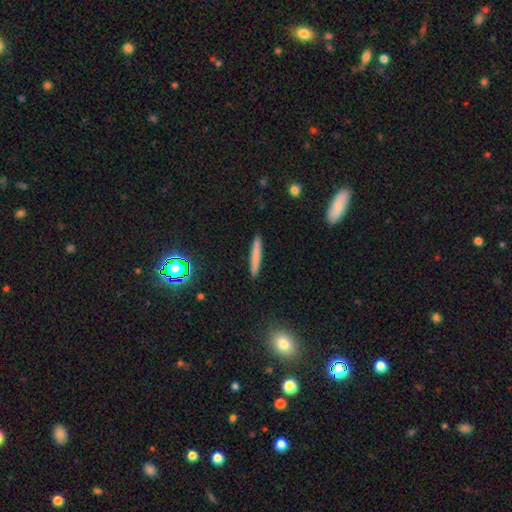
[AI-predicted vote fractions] Q: Smooth or featured?
A: smooth (72%); runner-up: featured or disk (19%)
Q: How rounded?
A: cigar-shaped (95%); runner-up: in between (3%)
Q: Merging?
A: none (90%); runner-up: minor disturbance (7%)